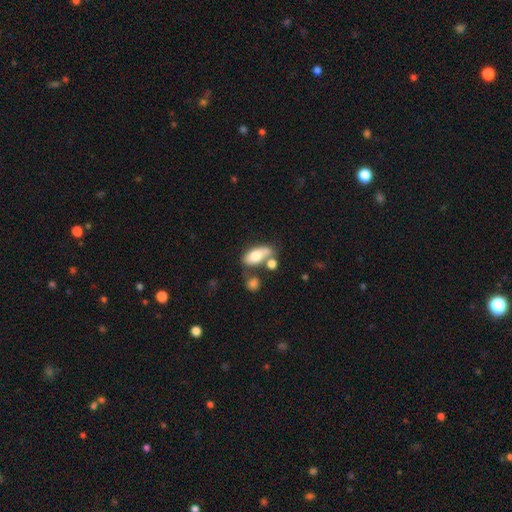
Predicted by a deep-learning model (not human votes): Smooth or featured?
  - smooth: 70% *
  - featured or disk: 22%
  - star or artifact: 7%
How rounded?
  - in between: 85% *
  - cigar-shaped: 9%
  - round: 6%
Merging?
  - none: 43% *
  - merger: 28%
  - minor disturbance: 19%
  - major disturbance: 10%